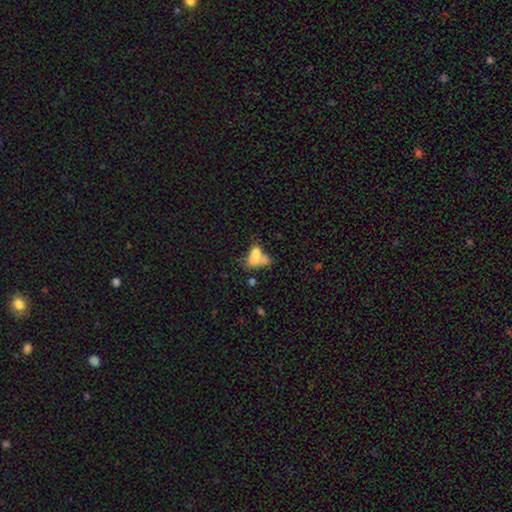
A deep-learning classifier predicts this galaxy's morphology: Overall: smooth (68%). How rounded: in between (84%). Merging: merger (44%; none 21%).